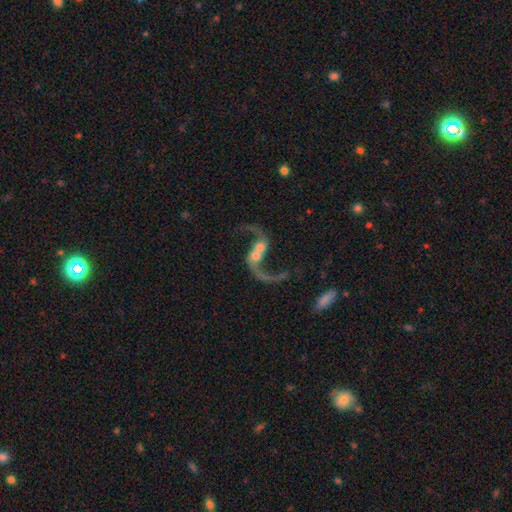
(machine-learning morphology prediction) Smooth or featured? Predicted: featured or disk (p=0.85). Edge-on disk? Predicted: no (p=0.96). Bar? Predicted: no (p=0.54). Spiral arms? Predicted: yes (p=0.92). Spiral winding? Predicted: loose (p=0.90). Spiral arm count? Predicted: 2 (p=0.90). Bulge size? Predicted: moderate (p=0.45). Merging? Predicted: merger (p=0.46).